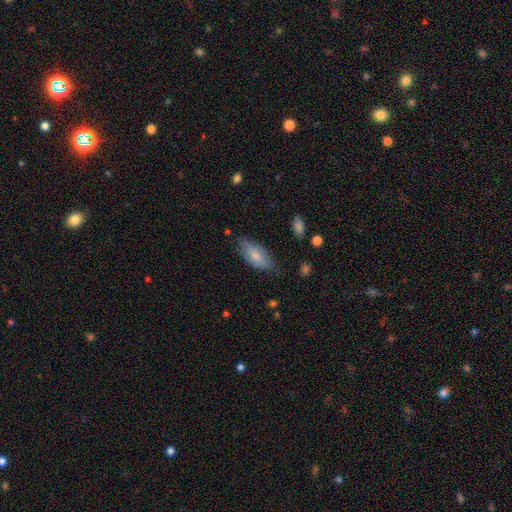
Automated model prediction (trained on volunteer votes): Smooth or featured?
  - smooth: 75% *
  - featured or disk: 20%
  - star or artifact: 6%
How rounded?
  - in between: 88% *
  - cigar-shaped: 9%
  - round: 2%
Merging?
  - none: 71% *
  - minor disturbance: 23%
  - major disturbance: 4%
  - merger: 2%